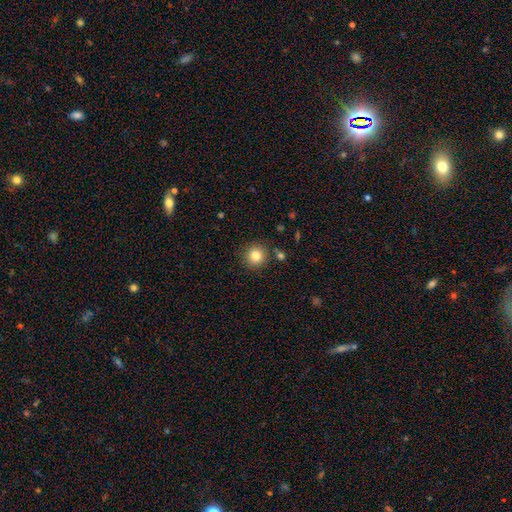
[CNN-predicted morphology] Smooth or featured?
  - smooth: 83% *
  - star or artifact: 11%
  - featured or disk: 6%
How rounded?
  - round: 93% *
  - in between: 6%
  - cigar-shaped: 1%
Merging?
  - none: 86% *
  - minor disturbance: 7%
  - merger: 4%
  - major disturbance: 2%